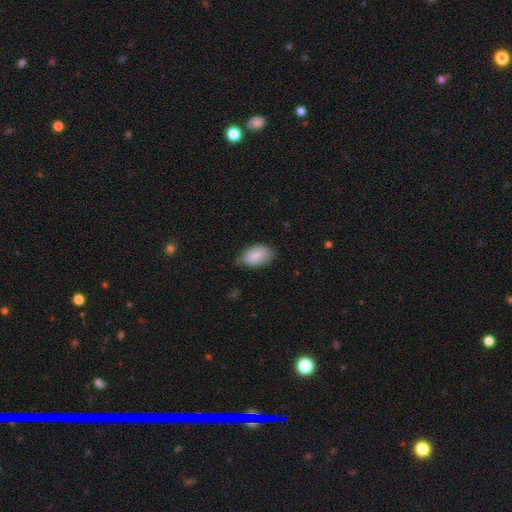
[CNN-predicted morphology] Smooth or featured: smooth — 81% (featured or disk — 13%)
How rounded: in between — 91% (round — 8%)
Merging: none — 70% (minor disturbance — 25%)